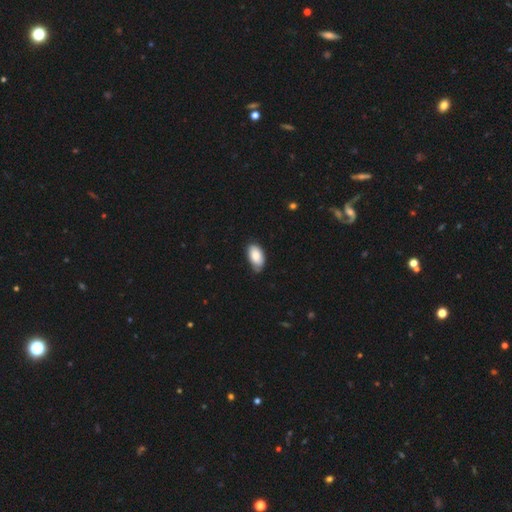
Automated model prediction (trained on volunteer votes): A smooth galaxy with no disk features (86%) that is in between round and cigar-shaped (95%). Merging: none (69%).